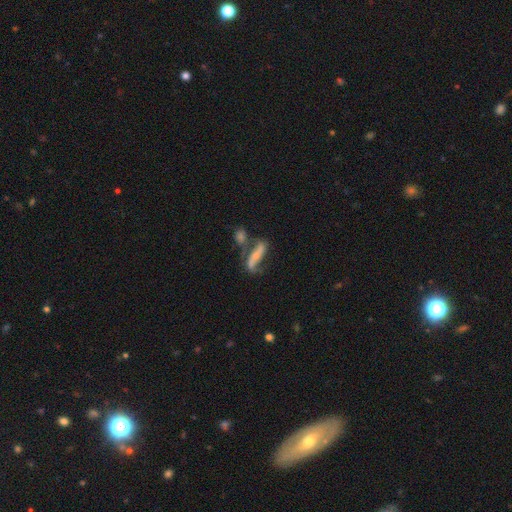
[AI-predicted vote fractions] smooth_or_featured: featured or disk (p=0.68) [alt: smooth p=0.24]
disk_edge_on: no (p=0.80) [alt: yes p=0.20]
bar: strong (p=0.40) [alt: no p=0.37]
has_spiral_arms: yes (p=0.84) [alt: no p=0.16]
bulge_size: small (p=0.57) [alt: moderate p=0.30]
merging: none (p=0.39) [alt: merger p=0.31]